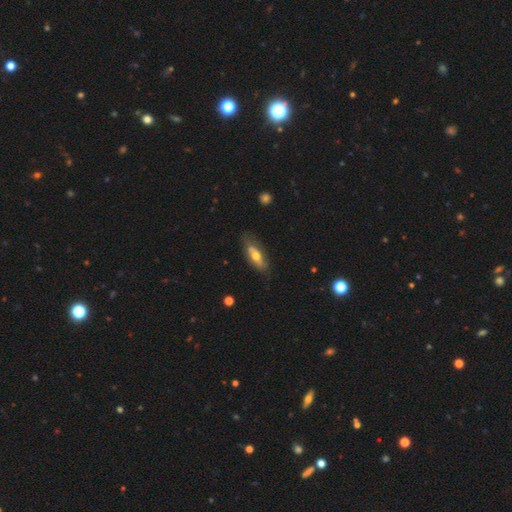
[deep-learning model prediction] Smooth or featured: smooth — 48% (featured or disk — 45%)
Merging: none — 66% (minor disturbance — 22%)